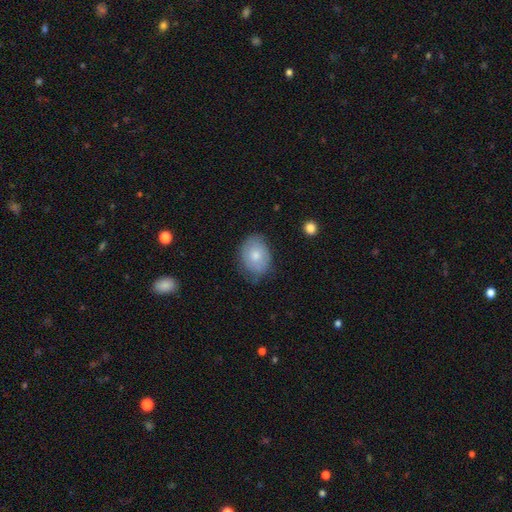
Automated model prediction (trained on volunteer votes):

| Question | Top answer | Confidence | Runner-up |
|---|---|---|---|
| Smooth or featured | smooth | 66% | featured or disk (27%) |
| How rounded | in between | 65% | round (34%) |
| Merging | none | 65% | minor disturbance (28%) |